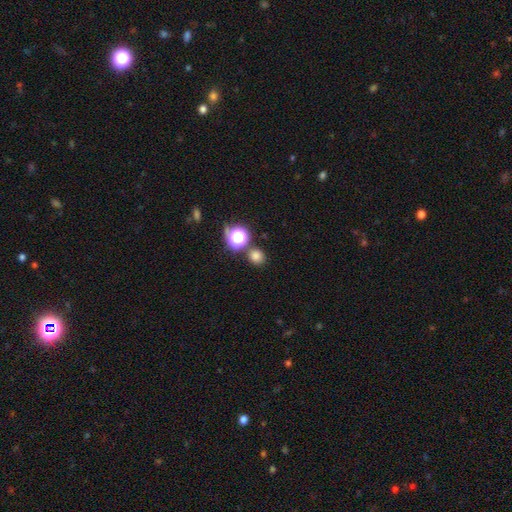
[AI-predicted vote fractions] A smooth galaxy with no disk features (73%) that is round (84%).

Vote fractions:
- Smooth or featured? smooth: 73% / star or artifact: 21% / featured or disk: 6%
- How rounded? round: 84% / in between: 15% / cigar-shaped: 1%
- Merging? none: 79% / merger: 10% / minor disturbance: 8% / major disturbance: 3%